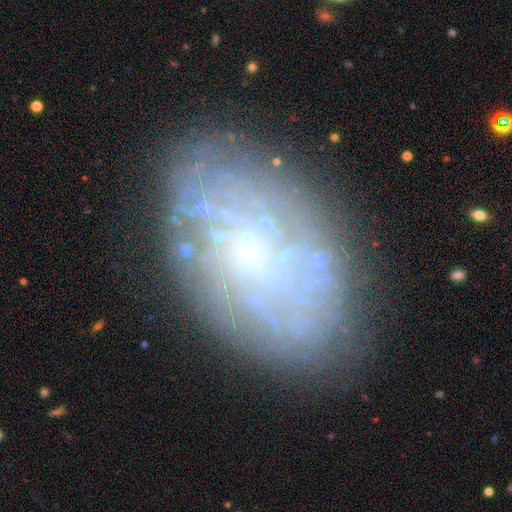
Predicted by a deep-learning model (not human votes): This is likely a featured or disk galaxy (64%). It is clearly not viewed edge-on (96%). Bar: likely no (75%). Spiral arm pattern: possibly yes (56%). Central bulge: possibly small (55%). Merging: likely none (75%).